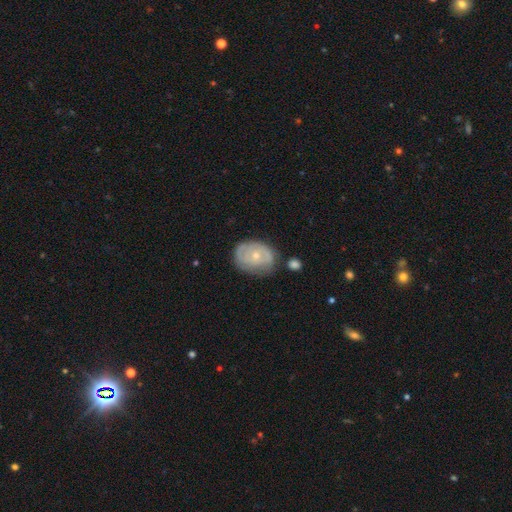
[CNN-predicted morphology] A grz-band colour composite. It shows a featured or disk galaxy (59%) with no bar (83%), spiral arms (65%) and a small central bulge (62%). Merging: none (60%).